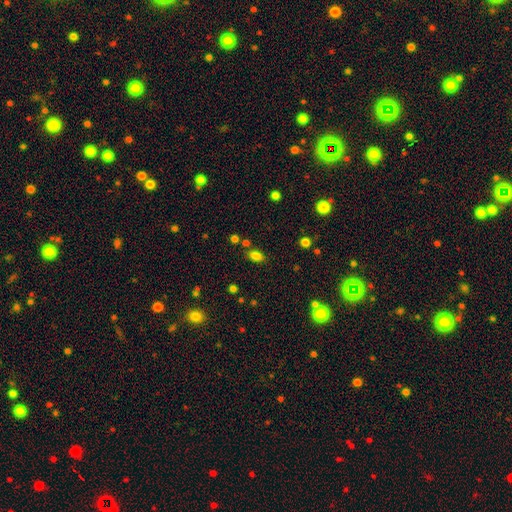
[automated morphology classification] Smooth or featured: smooth — 80% (star or artifact — 14%)
How rounded: in between — 86% (round — 10%)
Merging: none — 77% (minor disturbance — 12%)